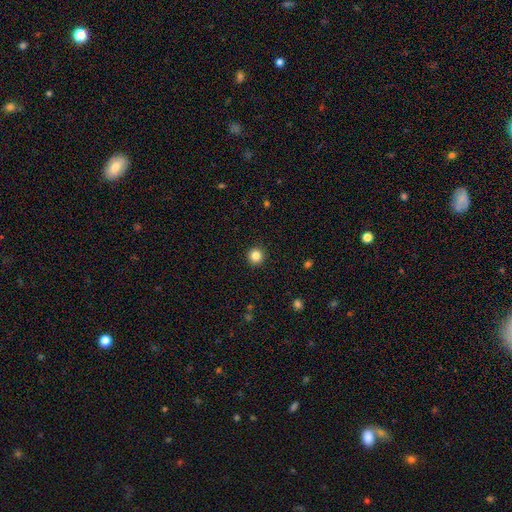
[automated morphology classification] smooth_or_featured: smooth (p=0.84) [alt: star or artifact p=0.11]
how_rounded: round (p=0.96) [alt: in between p=0.03]
merging: none (p=0.93) [alt: minor disturbance p=0.04]